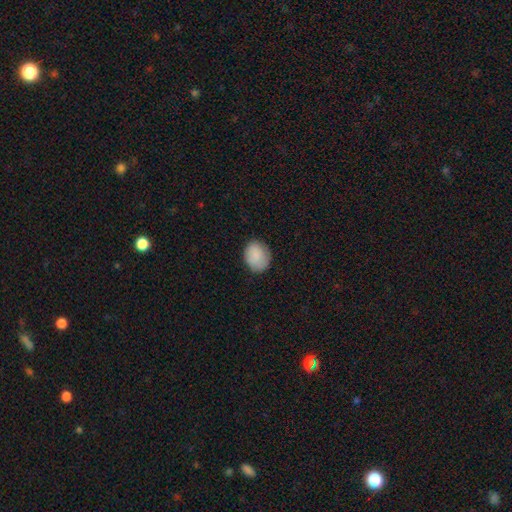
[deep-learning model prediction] Smooth or featured: smooth — 87% (star or artifact — 7%)
How rounded: round — 53% (in between — 46%)
Merging: none — 78% (minor disturbance — 17%)